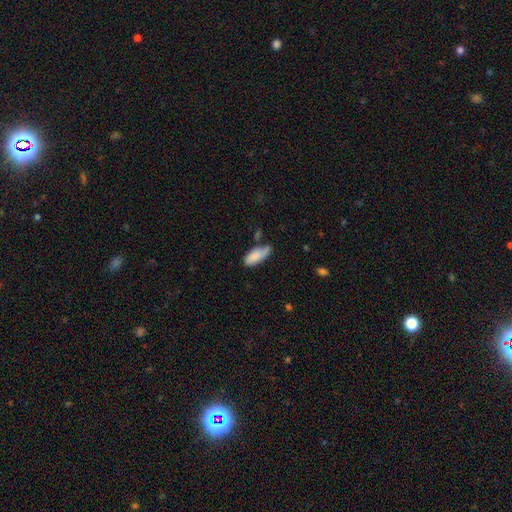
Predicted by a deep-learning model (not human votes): smooth_or_featured: smooth (p=0.82) [alt: featured or disk p=0.12]
how_rounded: in between (p=0.80) [alt: cigar-shaped p=0.18]
merging: none (p=0.49) [alt: minor disturbance p=0.33]